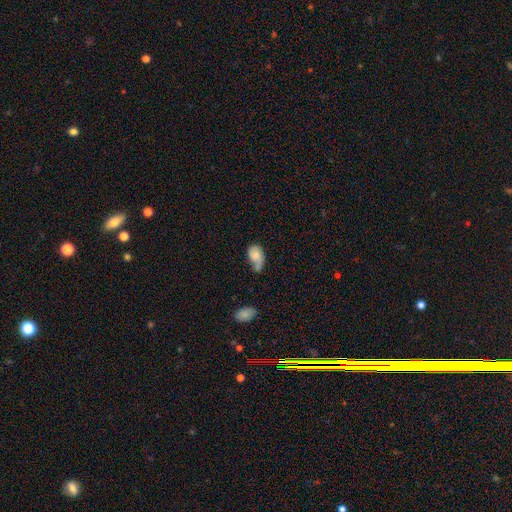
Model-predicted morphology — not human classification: This appears to be a smooth galaxy with no disk features (53%) that is in between round and cigar-shaped (87%). Merging: minor disturbance (37%).